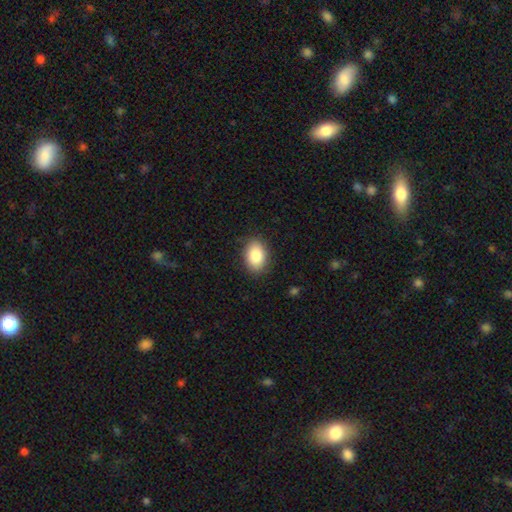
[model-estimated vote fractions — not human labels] Morphology: type=smooth (86%); roundness=in between (82%); merging=none (87%).